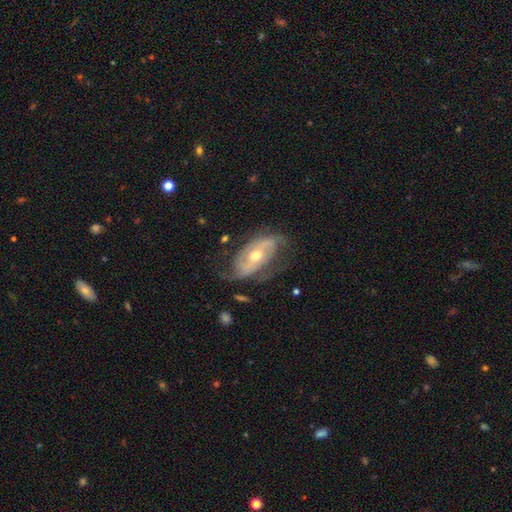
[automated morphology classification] This appears to be a featured or disk galaxy (82%) with no bar (43%), 2 (65%) medium (39%) spiral arms (88%) and a moderate central bulge (62%). Merging: none (58%).